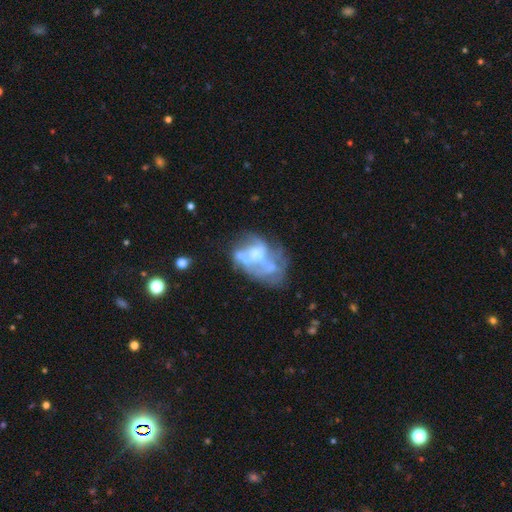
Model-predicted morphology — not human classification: The model was most divided on "merging": none: 33%, major disturbance: 31%, minor disturbance: 19%, merger: 17%. Remaining: edge-on disk — no (98%); bar — no (79%); spiral arms — no (71%); smooth or featured — featured or disk (69%); bulge size — moderate (39%).